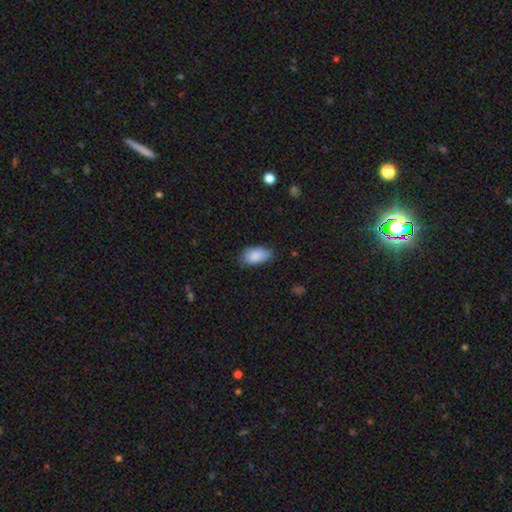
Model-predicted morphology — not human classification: Smooth or featured? smooth (87%)
How rounded? in between (93%)
Merging? none (66%)